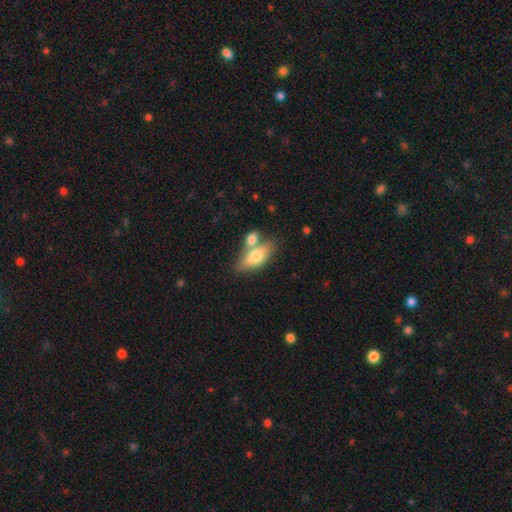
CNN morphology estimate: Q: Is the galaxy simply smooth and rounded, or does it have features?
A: smooth — 69%.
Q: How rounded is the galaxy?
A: in between — 77%.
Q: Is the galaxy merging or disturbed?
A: none — 47%.